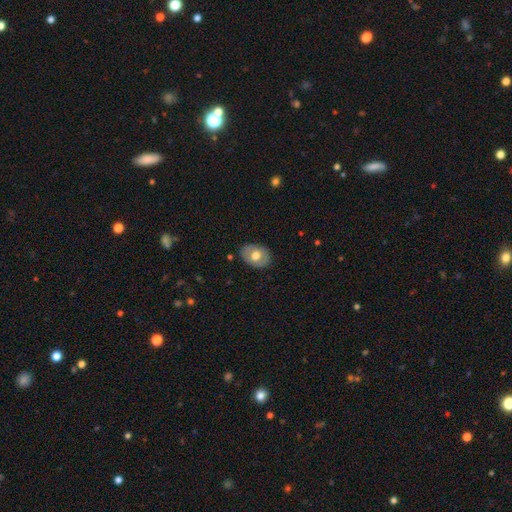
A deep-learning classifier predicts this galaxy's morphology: This appears to be a smooth galaxy with no disk features (59%) that is in between round and cigar-shaped (71%). Merging: none (82%).